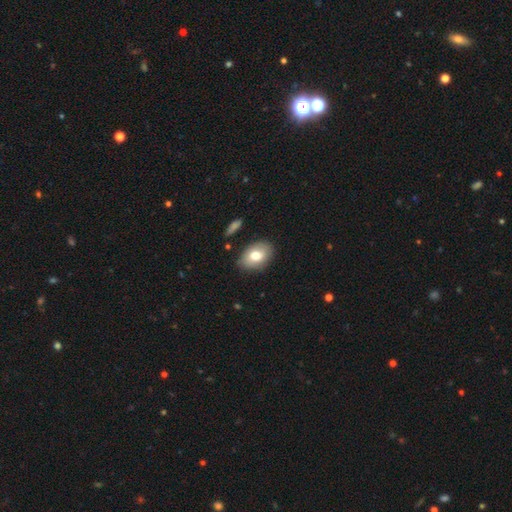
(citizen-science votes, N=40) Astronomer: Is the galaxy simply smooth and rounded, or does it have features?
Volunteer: smooth — 72%.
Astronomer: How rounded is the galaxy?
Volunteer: in between — 76%.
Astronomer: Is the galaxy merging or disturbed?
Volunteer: none — 79%.